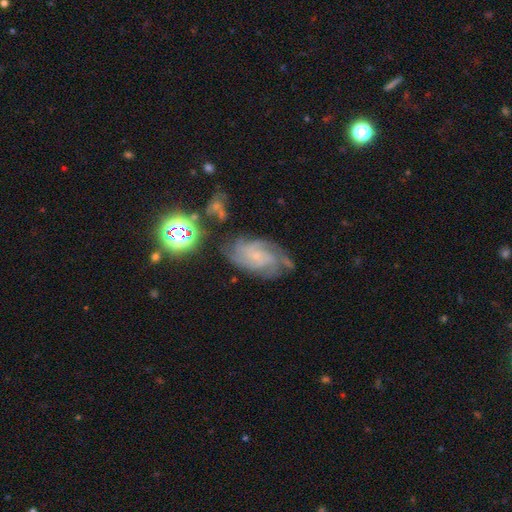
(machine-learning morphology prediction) featured or disk 77%, smooth 12%, star or artifact 11%. Down the decision tree: edge-on disk — no (96%); bar — no (67%); spiral arms — yes (95%); spiral arm count — can't tell (31%); spiral winding — tight (55%); bulge size — small (77%); merging — none (64%).